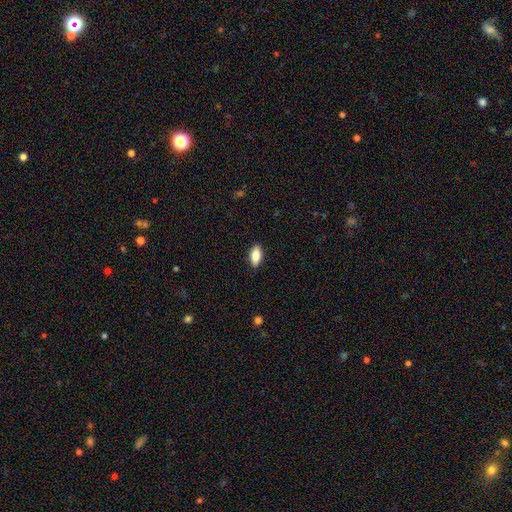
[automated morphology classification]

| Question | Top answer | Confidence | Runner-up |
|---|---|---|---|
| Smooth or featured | smooth | 82% | featured or disk (11%) |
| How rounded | in between | 89% | cigar-shaped (8%) |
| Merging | none | 88% | minor disturbance (9%) |